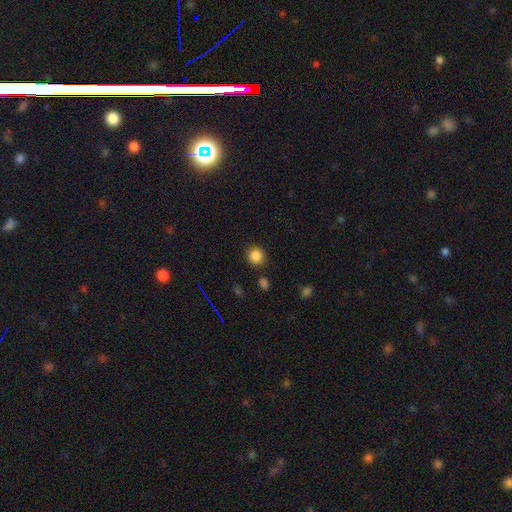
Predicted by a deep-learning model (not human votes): Smooth or featured: smooth — 84% (star or artifact — 13%)
How rounded: round — 89% (in between — 10%)
Merging: none — 83% (minor disturbance — 10%)